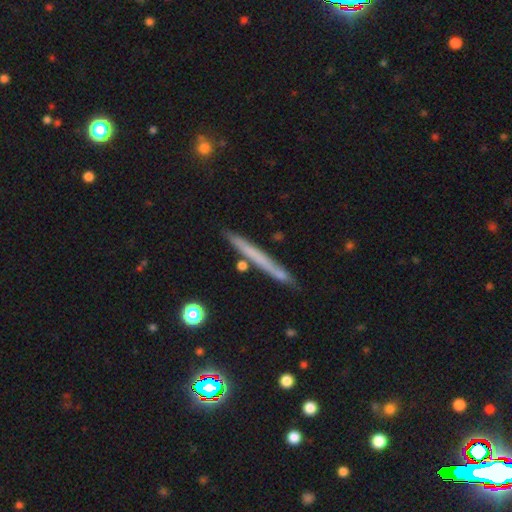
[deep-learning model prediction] Overall: smooth (52%; featured or disk 41%). How rounded: cigar-shaped (96%). Merging: none (84%).